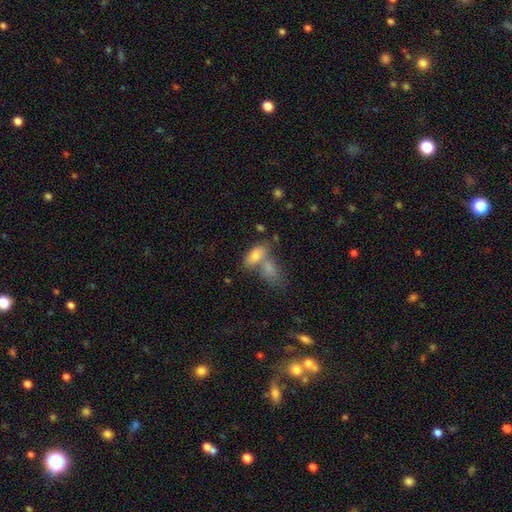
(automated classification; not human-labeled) Smooth or featured? smooth (77%)
How rounded? in between (88%)
Merging? merger (48%)